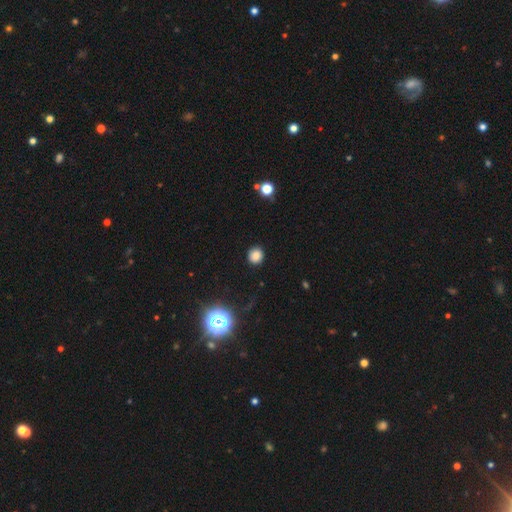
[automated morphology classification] A smooth galaxy with no disk features (81%) that is round (89%).

Vote fractions:
- Smooth or featured? smooth: 81% / star or artifact: 15% / featured or disk: 4%
- How rounded? round: 89% / in between: 10% / cigar-shaped: 1%
- Merging? none: 90% / minor disturbance: 7% / major disturbance: 2% / merger: 1%